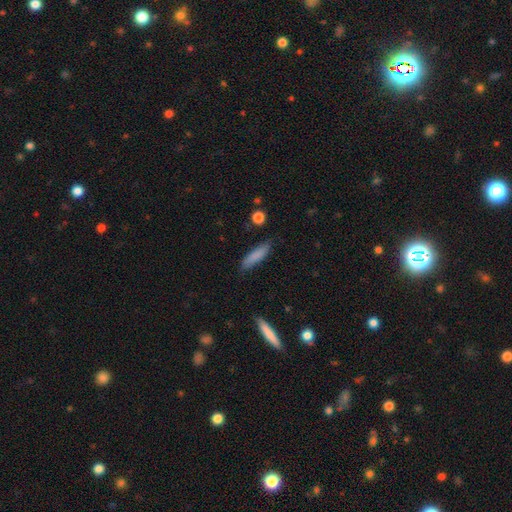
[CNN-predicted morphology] Q: Smooth or featured?
A: smooth (83%); runner-up: featured or disk (10%)
Q: How rounded?
A: cigar-shaped (75%); runner-up: in between (23%)
Q: Merging?
A: none (83%); runner-up: minor disturbance (13%)